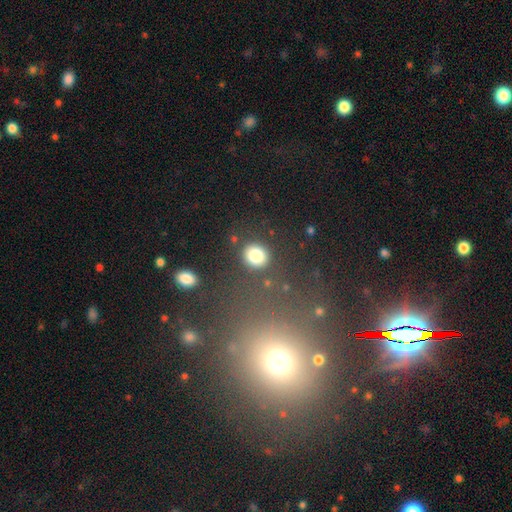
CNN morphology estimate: A smooth galaxy with no disk features (82%) that is round (76%). Merging: none (83%).